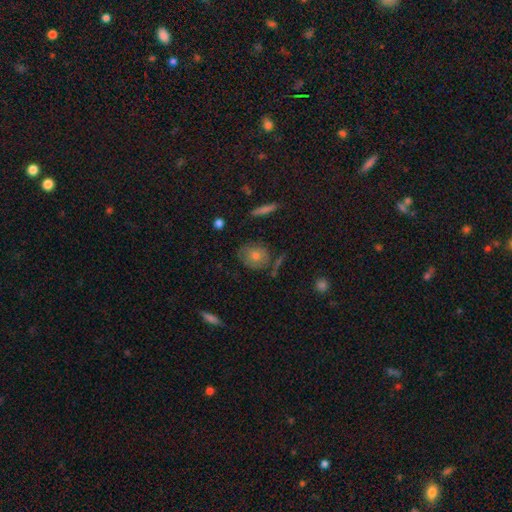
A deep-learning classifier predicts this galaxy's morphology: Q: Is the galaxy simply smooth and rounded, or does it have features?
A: smooth — 56%.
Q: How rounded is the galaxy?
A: round — 69%.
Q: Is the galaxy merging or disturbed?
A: none — 71%.